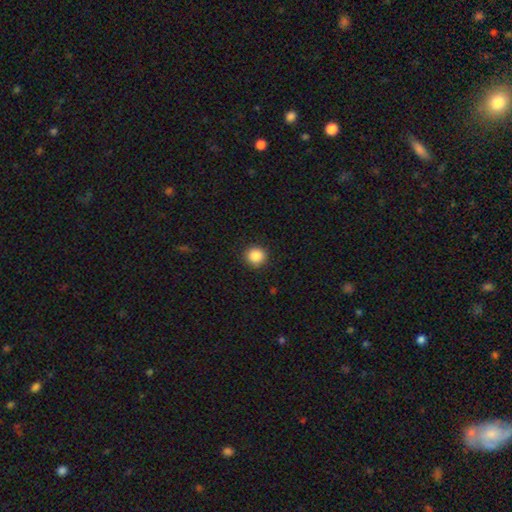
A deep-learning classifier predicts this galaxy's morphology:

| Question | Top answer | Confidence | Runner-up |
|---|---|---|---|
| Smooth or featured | smooth | 86% | star or artifact (10%) |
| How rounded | round | 93% | in between (6%) |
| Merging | none | 91% | minor disturbance (6%) |